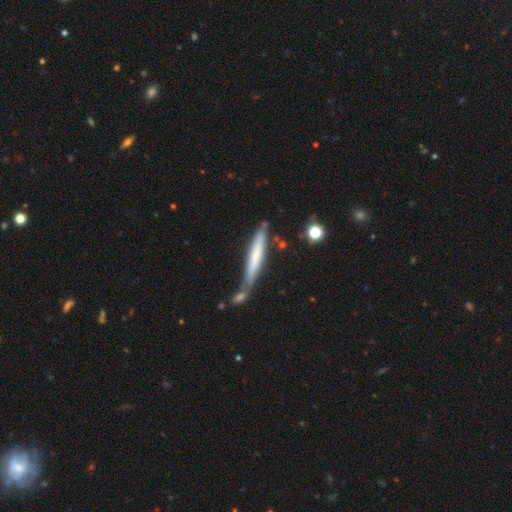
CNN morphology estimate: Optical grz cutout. It shows a smooth galaxy with no disk features (58%) that is cigar-shaped (94%). Merging: none (62%).